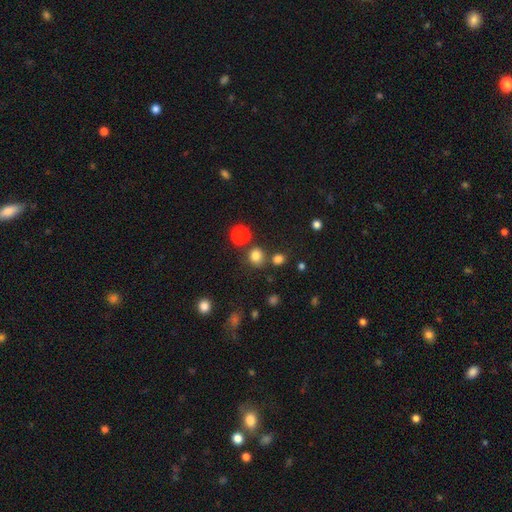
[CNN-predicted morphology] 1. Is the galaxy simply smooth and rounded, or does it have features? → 79% smooth, 16% star or artifact, 5% featured or disk.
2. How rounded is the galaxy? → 85% round, 15% in between, 1% cigar-shaped.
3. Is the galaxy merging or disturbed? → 76% none, 11% merger, 9% minor disturbance, 4% major disturbance.